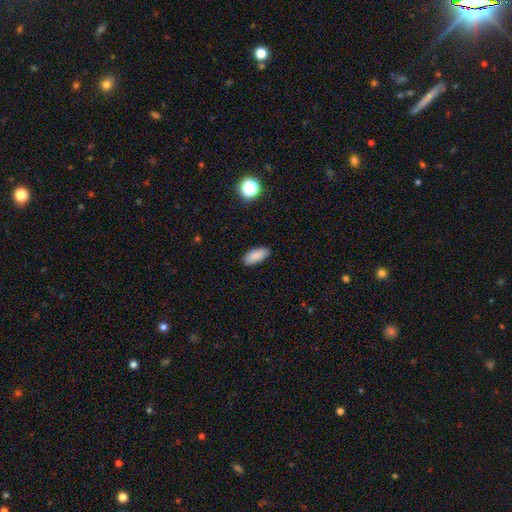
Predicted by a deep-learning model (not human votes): Q: Smooth or featured?
A: smooth (85%); runner-up: star or artifact (8%)
Q: How rounded?
A: in between (87%); runner-up: cigar-shaped (10%)
Q: Merging?
A: none (88%); runner-up: minor disturbance (9%)